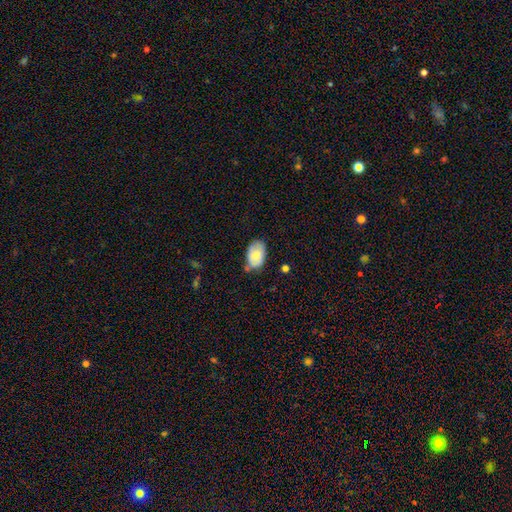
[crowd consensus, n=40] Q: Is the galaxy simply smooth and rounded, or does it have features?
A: smooth — 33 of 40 (82%).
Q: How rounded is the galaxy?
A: in between — 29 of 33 (88%).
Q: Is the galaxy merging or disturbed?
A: none — 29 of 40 (72%).